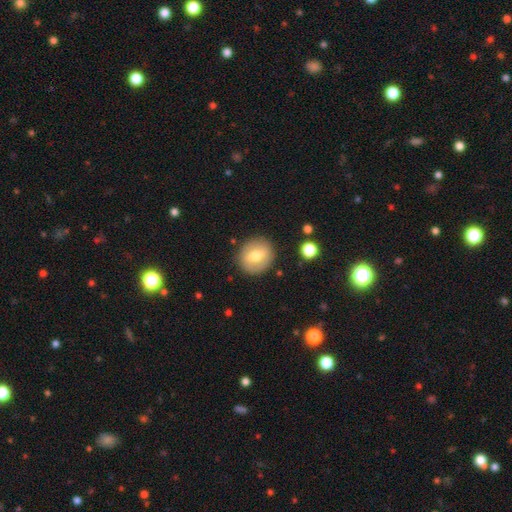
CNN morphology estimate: The model was most divided on "smooth or featured": smooth: 61%, featured or disk: 32%, star or artifact: 7%. More confident: merging — none (86%); how rounded — round (79%).